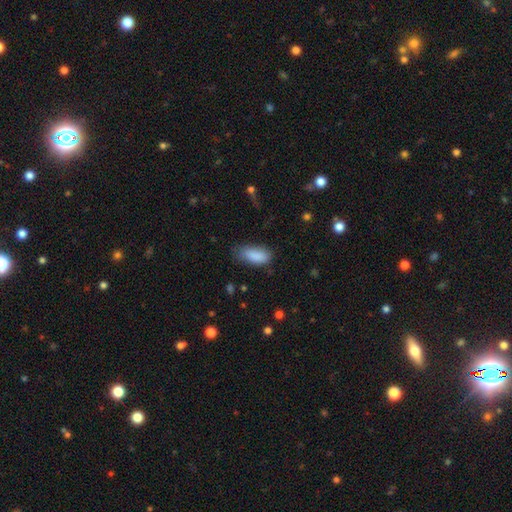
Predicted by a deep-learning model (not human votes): A smooth galaxy with no disk features (88%) that is in between round and cigar-shaped (86%). Merging: none (64%).